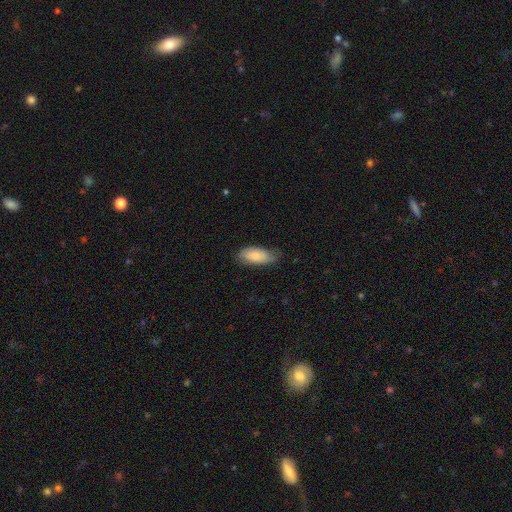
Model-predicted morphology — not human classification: Smooth or featured? smooth (77%)
How rounded? in between (89%)
Merging? none (63%)